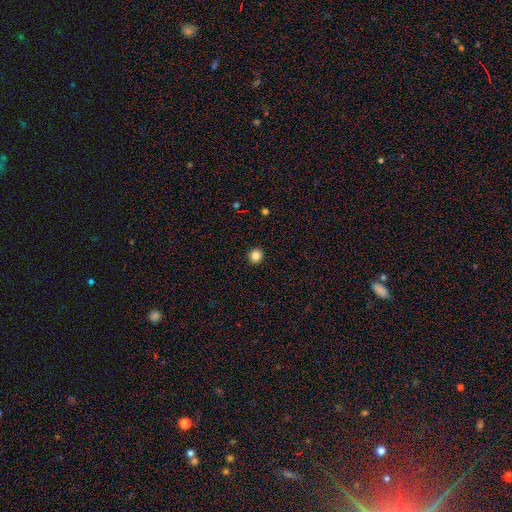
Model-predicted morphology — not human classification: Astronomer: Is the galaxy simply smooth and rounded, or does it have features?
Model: smooth — 84%.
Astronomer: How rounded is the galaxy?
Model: round — 95%.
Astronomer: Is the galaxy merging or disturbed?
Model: none — 94%.